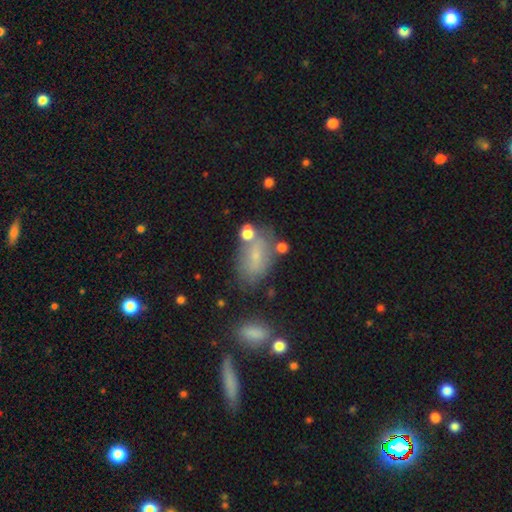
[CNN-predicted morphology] Overall: smooth (61%; featured or disk 27%). How rounded: in between (88%). Merging: none (55%; minor disturbance 23%).